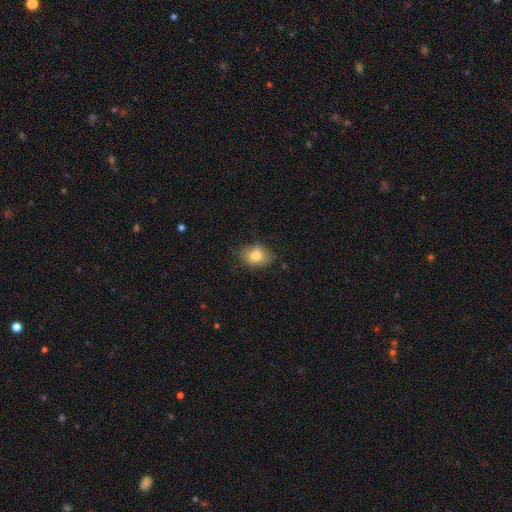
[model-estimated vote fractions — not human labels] A smooth galaxy with no disk features (78%) that is in between round and cigar-shaped (68%). Merging: none (64%).